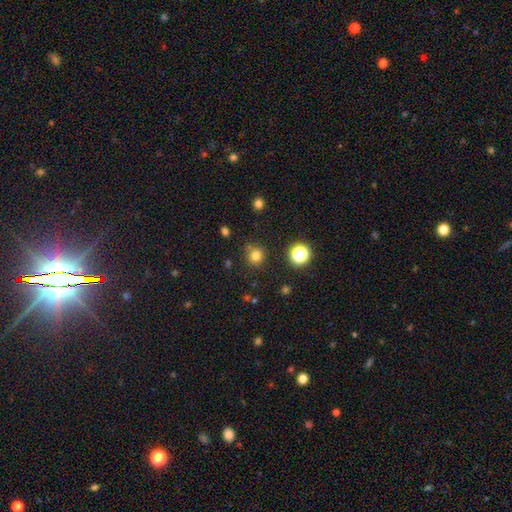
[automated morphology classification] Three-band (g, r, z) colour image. It shows a smooth galaxy with no disk features (77%) that is round (92%). Merging: none (82%).